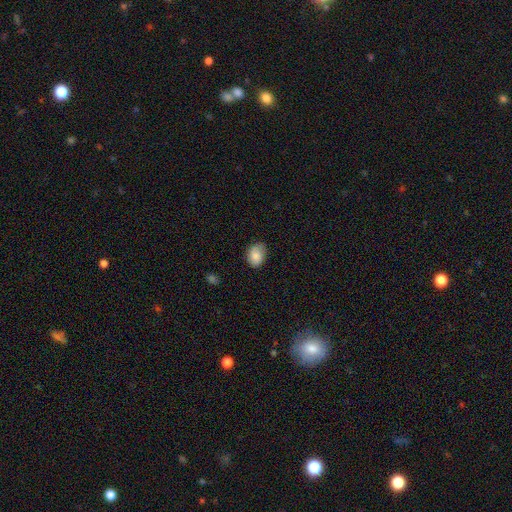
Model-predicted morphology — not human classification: Smooth or featured? Predicted: smooth (p=0.80). How rounded? Predicted: in between (p=0.69). Merging? Predicted: none (p=0.72).